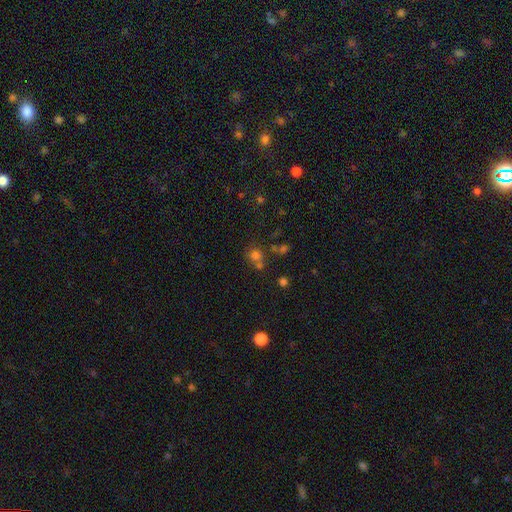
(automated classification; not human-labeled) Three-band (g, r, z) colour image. It shows a smooth galaxy with no disk features (65%) that is round (83%). Merging: none (54%).